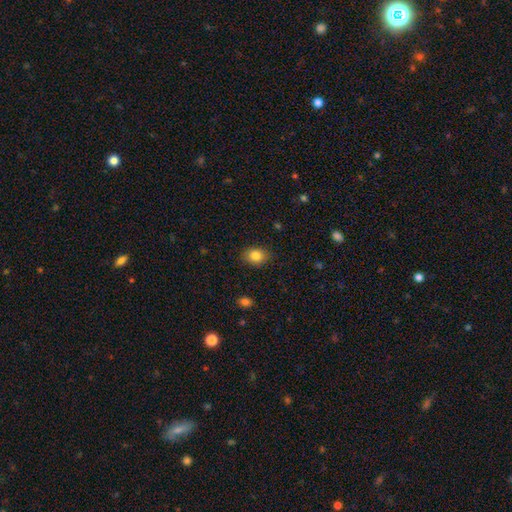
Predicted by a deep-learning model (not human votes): Overall: smooth (84%). How rounded: in between (58%; round 41%). Merging: none (87%).